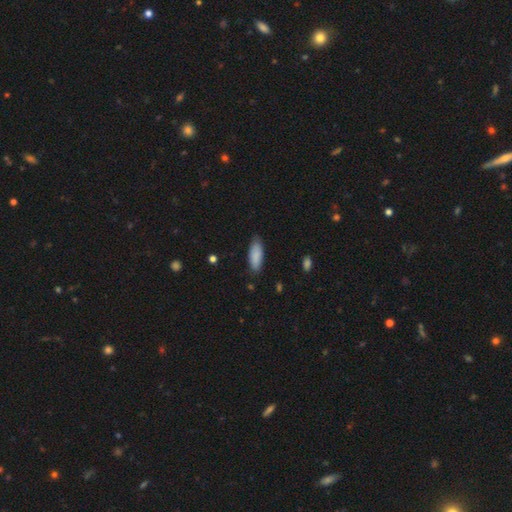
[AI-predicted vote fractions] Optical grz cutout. It shows a smooth galaxy with no disk features (87%) that is in between round and cigar-shaped (70%). Merging: none (82%).